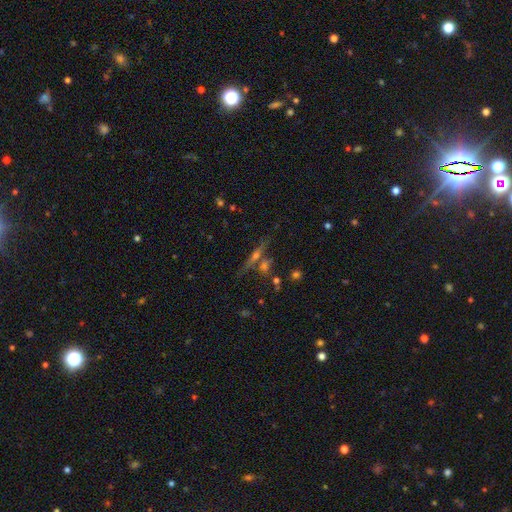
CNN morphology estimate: Smooth or featured? featured or disk (44%)
Merging? none (57%)